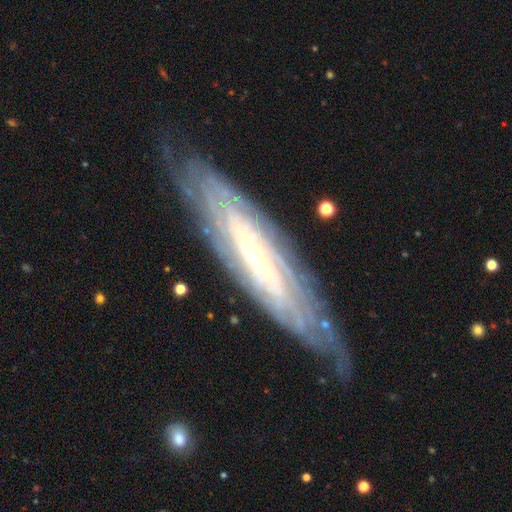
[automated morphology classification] A featured or disk galaxy (83%) with no bar (63%), tight (80%) spiral arms (92%) and a small central bulge (77%). Merging: none (75%).